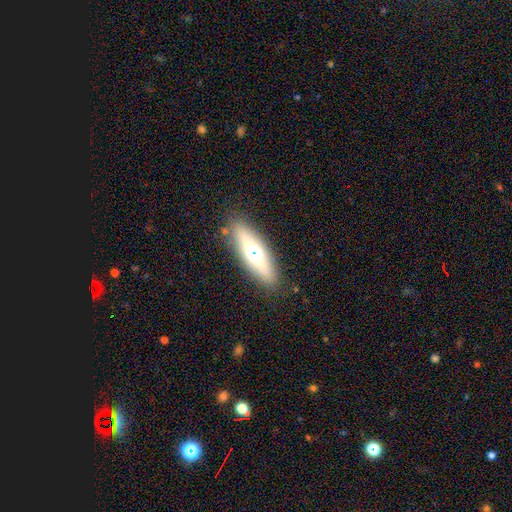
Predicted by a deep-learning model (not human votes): The model was most divided on "smooth or featured": featured or disk: 47%, smooth: 43%, star or artifact: 9%. More confident: merging — none (85%).